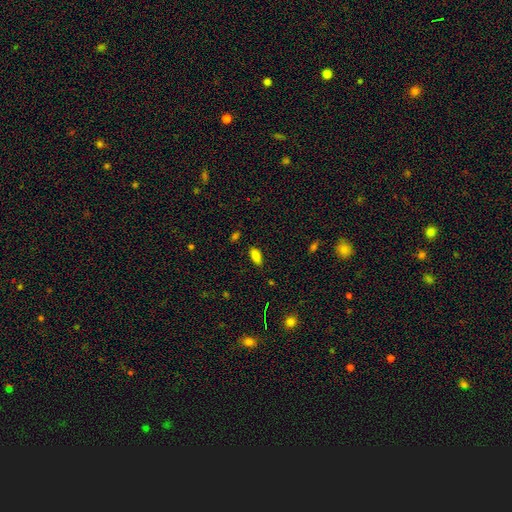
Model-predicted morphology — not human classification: This appears to be a smooth galaxy with no disk features (84%) that is in between round and cigar-shaped (89%). Merging: none (83%).